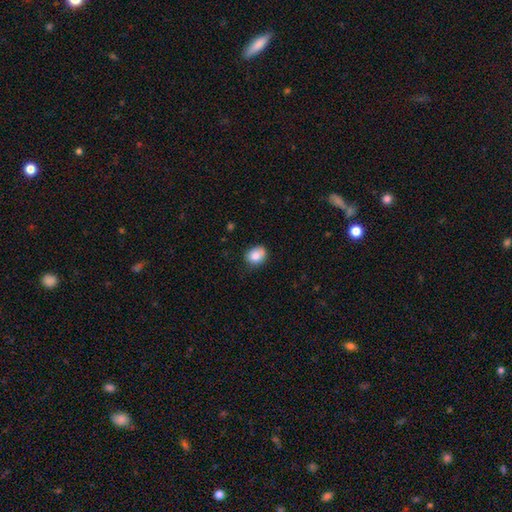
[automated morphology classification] smooth_or_featured: smooth (p=0.83) [alt: star or artifact p=0.08]
how_rounded: round (p=0.51) [alt: in between p=0.48]
merging: none (p=0.68) [alt: minor disturbance p=0.26]